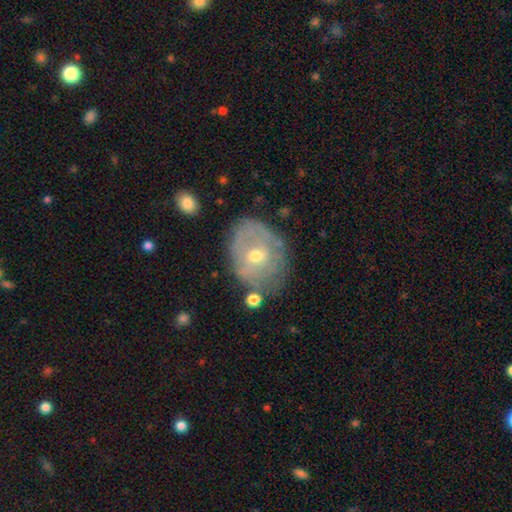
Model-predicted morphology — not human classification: A featured or disk galaxy (58%) with no bar (68%), no spiral arms (56%) and a moderate central bulge (51%).

Vote fractions:
- Smooth or featured? featured or disk: 58% / smooth: 34% / star or artifact: 8%
- Edge-on disk? no: 94% / yes: 6%
- Bar? no: 68% / weak: 26% / strong: 6%
- Spiral arms? no: 56% / yes: 44%
- Bulge size? moderate: 51% / small: 45% / large: 2% / none: 1% / dominant: 1%
- Merging? none: 61% / minor disturbance: 25% / major disturbance: 9% / merger: 4%